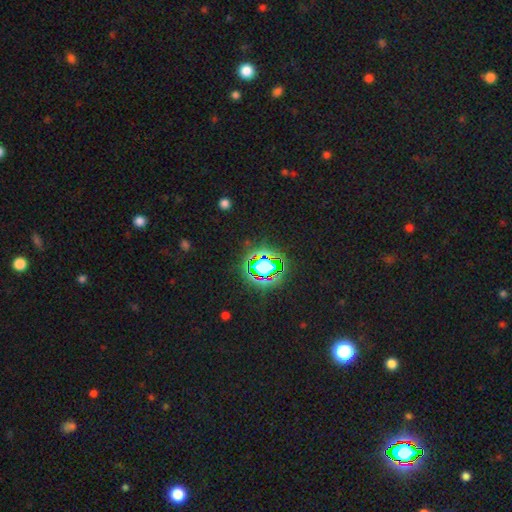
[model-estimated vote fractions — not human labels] The model was most divided on "smooth or featured": star or artifact: 80%, smooth: 13%, featured or disk: 7%.